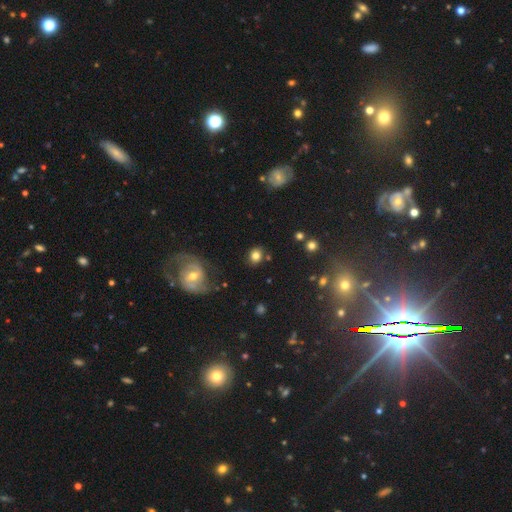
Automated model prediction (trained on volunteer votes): The model was most divided on "how rounded": round: 62%, in between: 37%, cigar-shaped: 1%. More confident: merging — none (82%); smooth or featured — smooth (77%).